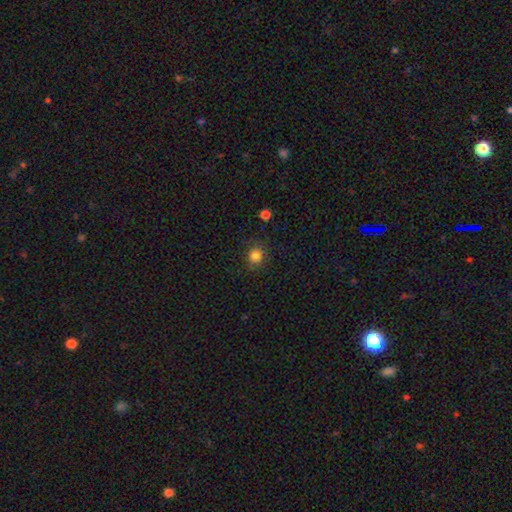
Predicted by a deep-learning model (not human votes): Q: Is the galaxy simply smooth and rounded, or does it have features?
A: smooth — 83%.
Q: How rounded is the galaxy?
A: round — 89%.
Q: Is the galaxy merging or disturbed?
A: none — 86%.